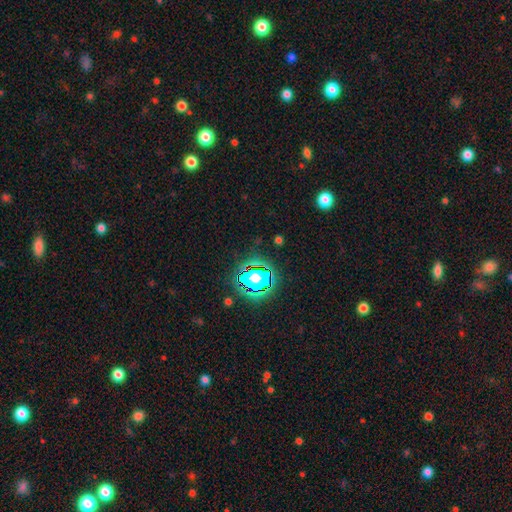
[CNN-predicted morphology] Q: Smooth or featured?
A: star or artifact (81%); runner-up: smooth (11%)